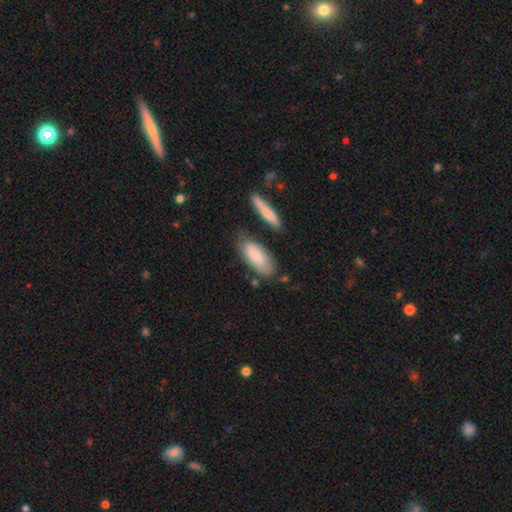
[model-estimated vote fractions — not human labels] The model was most divided on "merging": none: 66%, minor disturbance: 20%, merger: 8%, major disturbance: 5%. More confident: how rounded — in between (80%); smooth or featured — smooth (72%).